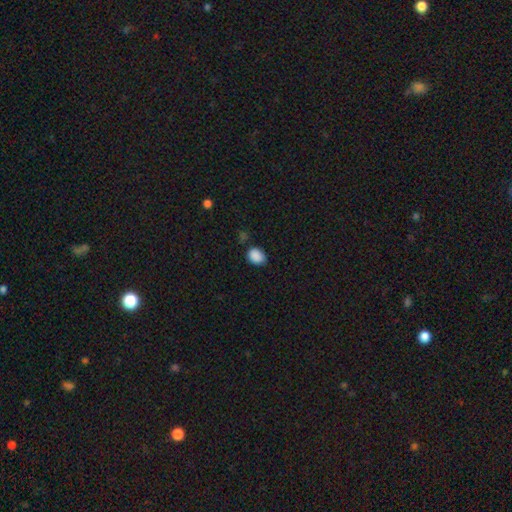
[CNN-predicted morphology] This appears to be a smooth galaxy with no disk features (88%) that is in between round and cigar-shaped (64%). Merging: none (76%).